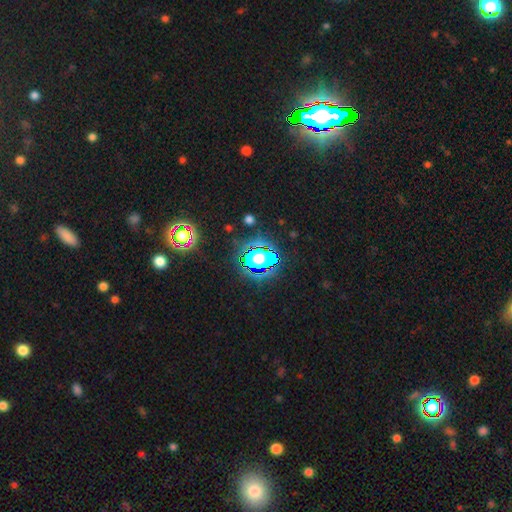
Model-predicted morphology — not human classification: Smooth or featured? star or artifact (82%)